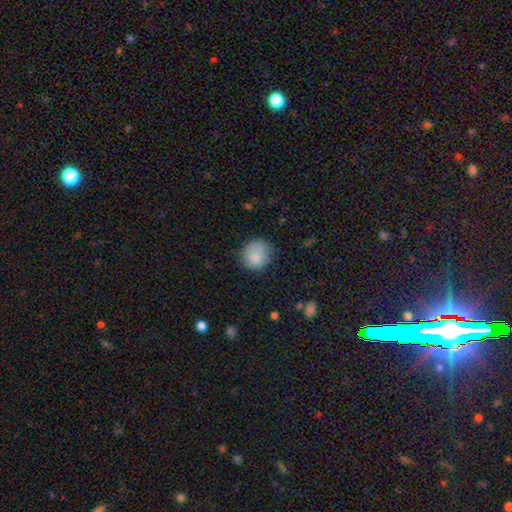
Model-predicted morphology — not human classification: smooth_or_featured: smooth (p=0.85) [alt: star or artifact p=0.08]
how_rounded: round (p=0.82) [alt: in between p=0.17]
merging: none (p=0.72) [alt: minor disturbance p=0.21]